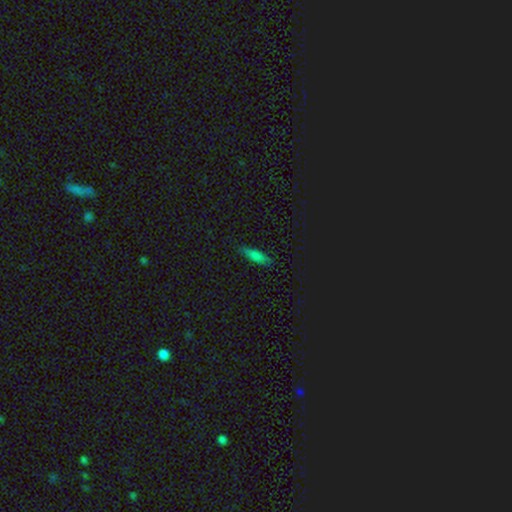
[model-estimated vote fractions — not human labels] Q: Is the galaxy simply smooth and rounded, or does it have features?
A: smooth — 74%.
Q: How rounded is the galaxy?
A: cigar-shaped — 62%.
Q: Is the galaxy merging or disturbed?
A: none — 84%.